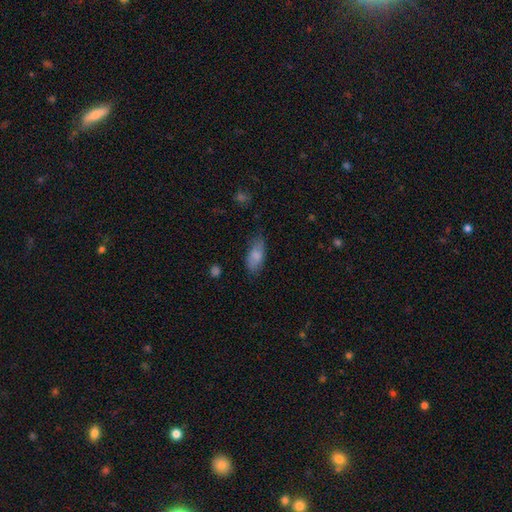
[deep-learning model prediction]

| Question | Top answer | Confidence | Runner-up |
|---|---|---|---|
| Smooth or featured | smooth | 80% | featured or disk (13%) |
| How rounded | in between | 85% | cigar-shaped (12%) |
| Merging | none | 62% | minor disturbance (28%) |